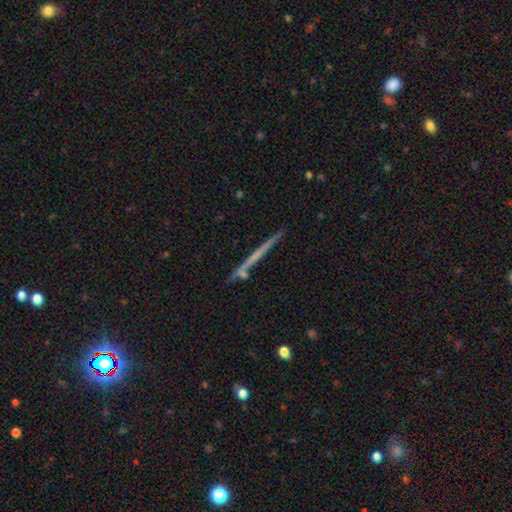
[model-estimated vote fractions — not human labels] featured or disk 55%, smooth 39%, star or artifact 7%. Down the decision tree: edge-on disk — yes (97%); edge-on bulge — none (90%); merging — none (85%).